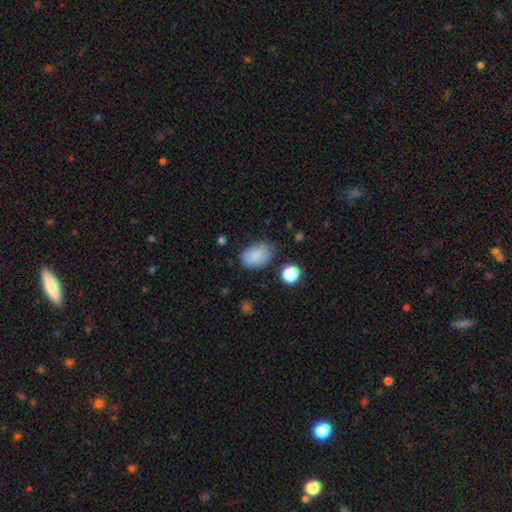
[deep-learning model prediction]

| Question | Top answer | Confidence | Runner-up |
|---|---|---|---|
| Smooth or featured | smooth | 85% | star or artifact (8%) |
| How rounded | in between | 81% | round (18%) |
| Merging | none | 74% | minor disturbance (19%) |